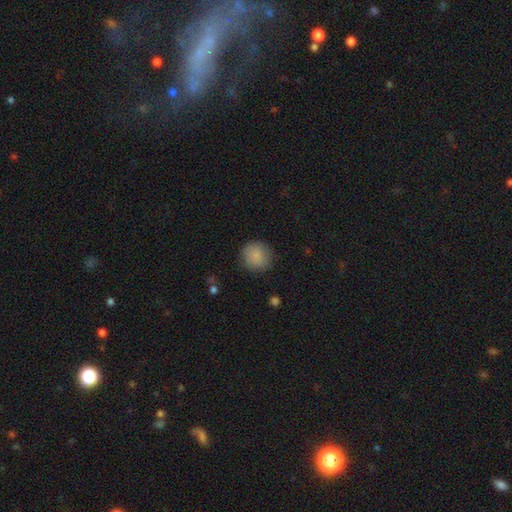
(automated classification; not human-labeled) Overall: smooth (86%). How rounded: round (92%). Merging: none (84%).